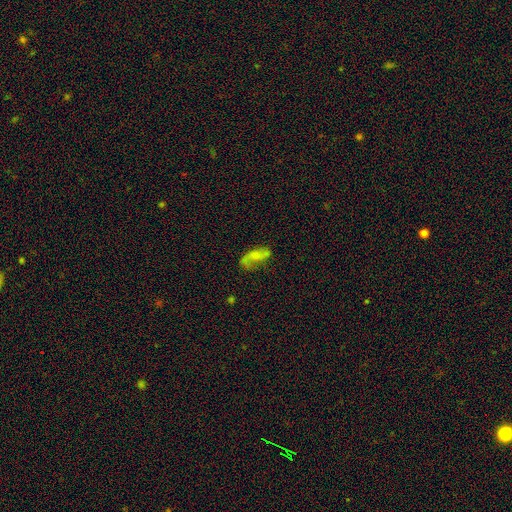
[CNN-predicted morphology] Smooth or featured? Predicted: featured or disk (p=0.53). Edge-on disk? Predicted: no (p=0.94). Bar? Predicted: no (p=0.57). Spiral arms? Predicted: yes (p=0.84). Bulge size? Predicted: none (p=0.38). Merging? Predicted: none (p=0.52).